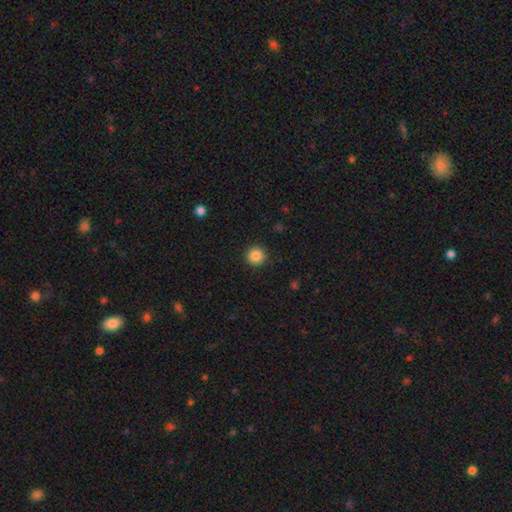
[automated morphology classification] A smooth galaxy with no disk features (86%) that is round (95%).

Vote fractions:
- Smooth or featured? smooth: 86% / star or artifact: 10% / featured or disk: 4%
- How rounded? round: 95% / in between: 4% / cigar-shaped: 1%
- Merging? none: 92% / minor disturbance: 6% / major disturbance: 2% / merger: 1%